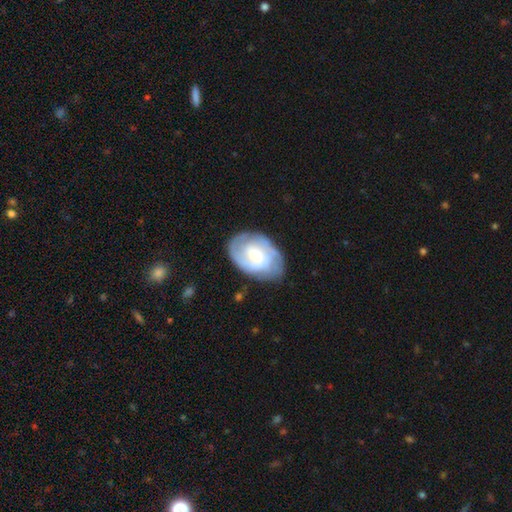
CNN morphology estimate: The model was most divided on "bulge size": moderate: 49%, small: 42%, large: 6%, none: 2%, dominant: 1%. Remaining: edge-on disk — no (97%); spiral arms — yes (89%); smooth or featured — featured or disk (73%); merging — none (73%); spiral winding — tight (56%); bar — no (56%); spiral arm count — 2 (41%).